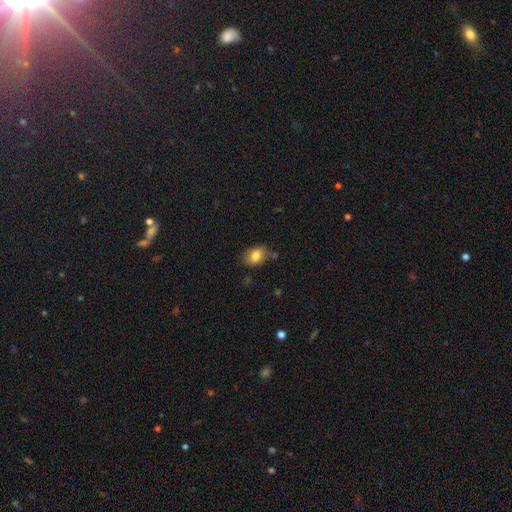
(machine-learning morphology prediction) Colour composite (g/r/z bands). It shows a smooth galaxy with no disk features (81%) that is in between round and cigar-shaped (70%). Merging: none (72%).